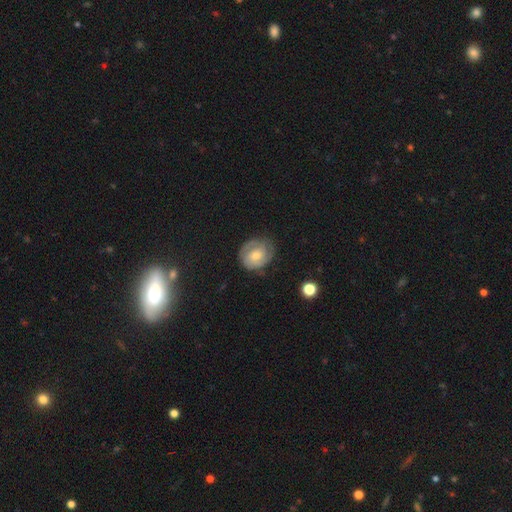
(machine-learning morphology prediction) smooth-or-featured: featured or disk: 68% | smooth: 24% | star or artifact: 8%
  disk-edge-on: no: 97% | yes: 3%
    bar: no: 61% | weak: 32% | strong: 7%
    has-spiral-arms: yes: 89% | no: 11%
      spiral-winding: tight: 65% | medium: 28% | loose: 7%
      spiral-arm-count: 2: 61% | can't tell: 20% | 1: 9% | 3: 6% | 4: 2% | more than 4: 2%
    bulge-size: moderate: 56% | small: 36% | large: 5% | none: 3% | dominant: 1%
  merging: none: 74% | minor disturbance: 18% | major disturbance: 6% | merger: 1%